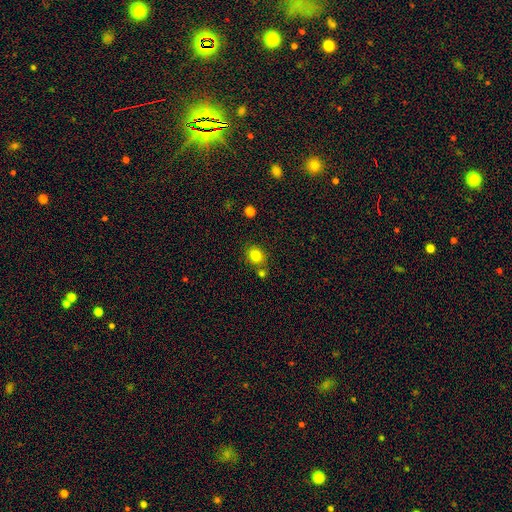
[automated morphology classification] smooth 84%, star or artifact 11%, featured or disk 5%. Down the decision tree: how rounded — round (68%); merging — none (72%).